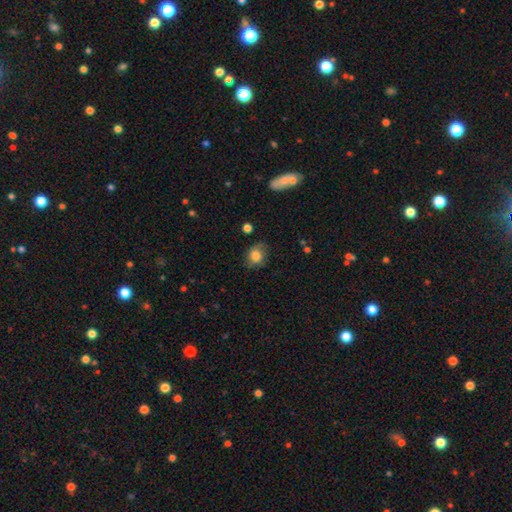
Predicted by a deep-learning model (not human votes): Smooth or featured? smooth (79%)
How rounded? round (54%)
Merging? none (68%)